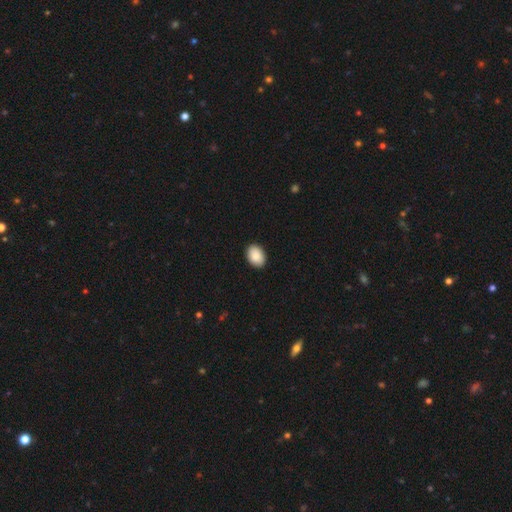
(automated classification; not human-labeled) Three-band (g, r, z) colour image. It shows a smooth galaxy with no disk features (89%) that is in between round and cigar-shaped (82%). Merging: none (91%).